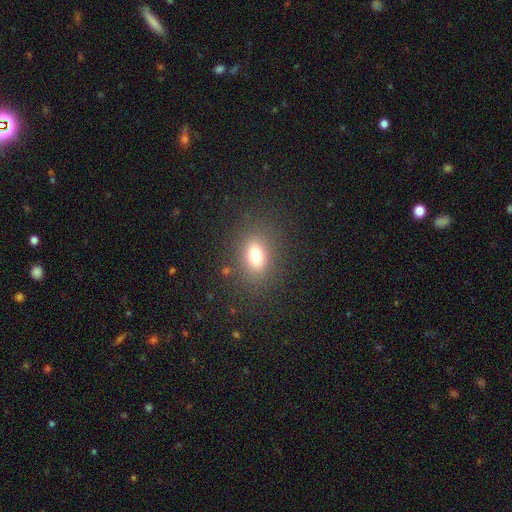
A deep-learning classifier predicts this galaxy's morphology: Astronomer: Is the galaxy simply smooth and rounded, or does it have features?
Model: smooth — 75%.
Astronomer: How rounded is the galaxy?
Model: in between — 72%.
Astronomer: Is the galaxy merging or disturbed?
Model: none — 83%.